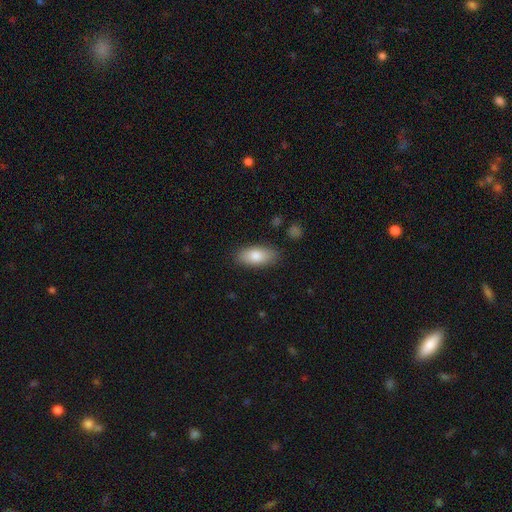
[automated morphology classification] Q: Smooth or featured?
A: smooth (82%); runner-up: featured or disk (11%)
Q: How rounded?
A: in between (89%); runner-up: cigar-shaped (8%)
Q: Merging?
A: none (85%); runner-up: minor disturbance (11%)